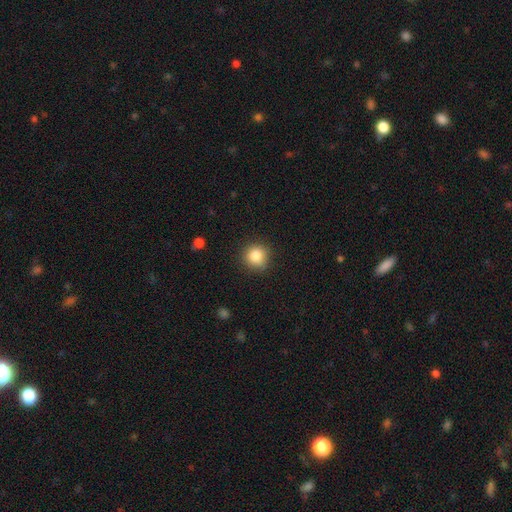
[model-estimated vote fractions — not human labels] Smooth or featured? smooth (84%)
How rounded? round (92%)
Merging? none (86%)